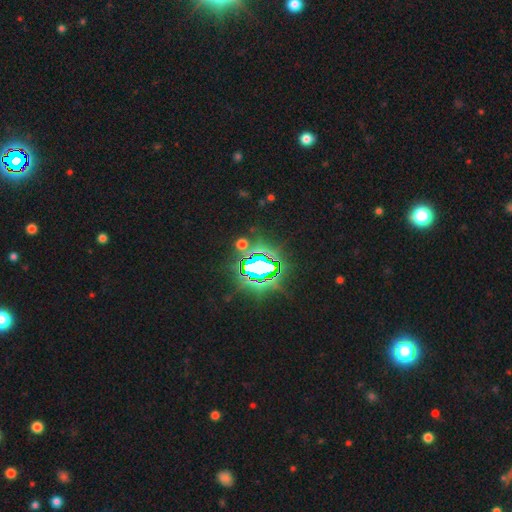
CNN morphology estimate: Smooth or featured?
  - star or artifact: 83% *
  - smooth: 10%
  - featured or disk: 7%